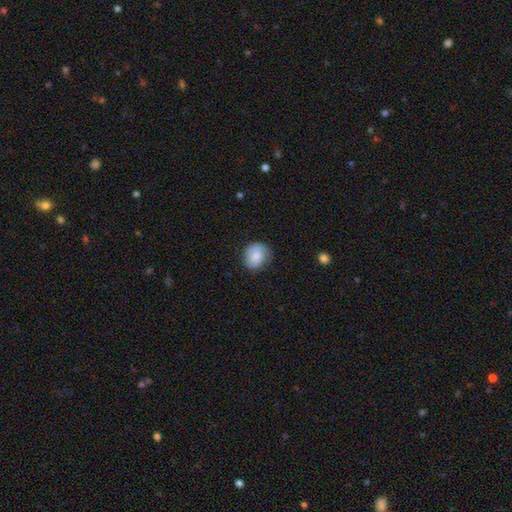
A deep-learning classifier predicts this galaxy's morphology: smooth-or-featured: smooth: 79% | featured or disk: 13% | star or artifact: 7%
  how-rounded: round: 69% | in between: 31% | cigar-shaped: 1%
  merging: none: 74% | minor disturbance: 20% | major disturbance: 4% | merger: 1%